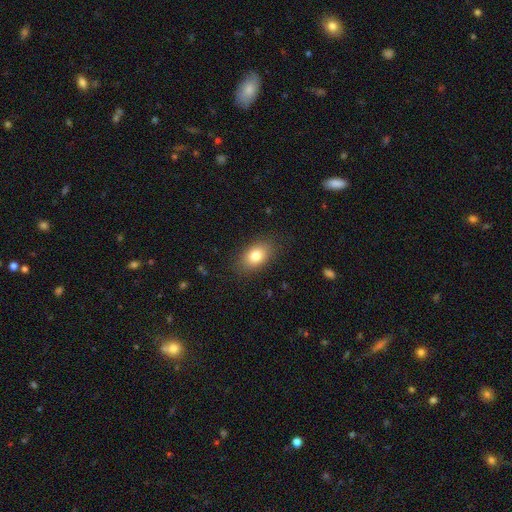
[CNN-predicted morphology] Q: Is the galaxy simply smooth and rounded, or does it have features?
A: smooth — 81%.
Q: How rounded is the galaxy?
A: in between — 86%.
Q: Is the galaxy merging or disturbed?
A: none — 85%.